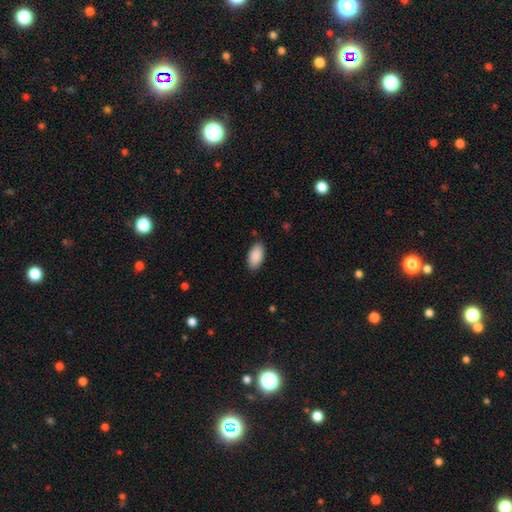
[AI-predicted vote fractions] smooth_or_featured: smooth (p=0.90) [alt: star or artifact p=0.06]
how_rounded: in between (p=0.95) [alt: cigar-shaped p=0.03]
merging: none (p=0.87) [alt: minor disturbance p=0.10]